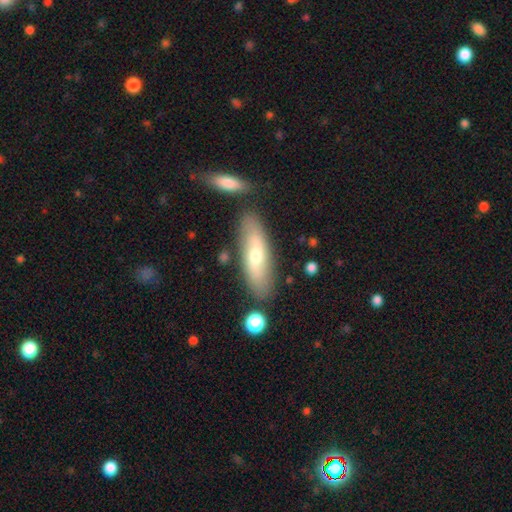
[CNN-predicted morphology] Smooth or featured?
  - smooth: 55% *
  - featured or disk: 39%
  - star or artifact: 6%
How rounded?
  - in between: 50% *
  - cigar-shaped: 48%
  - round: 2%
Merging?
  - none: 78% *
  - minor disturbance: 12%
  - merger: 7%
  - major disturbance: 3%